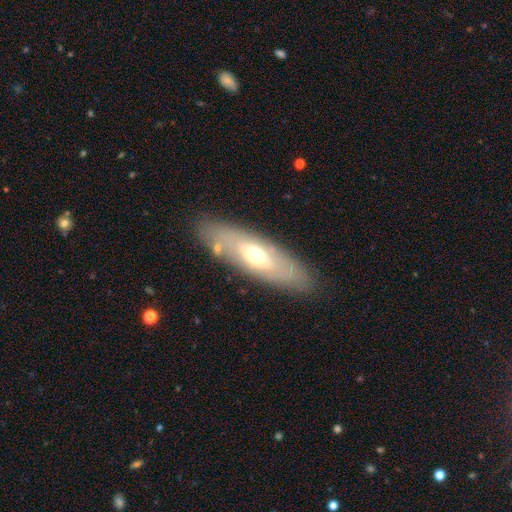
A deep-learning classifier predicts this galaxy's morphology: smooth 47%, featured or disk 46%, star or artifact 7%. Down the decision tree: merging — none (81%).